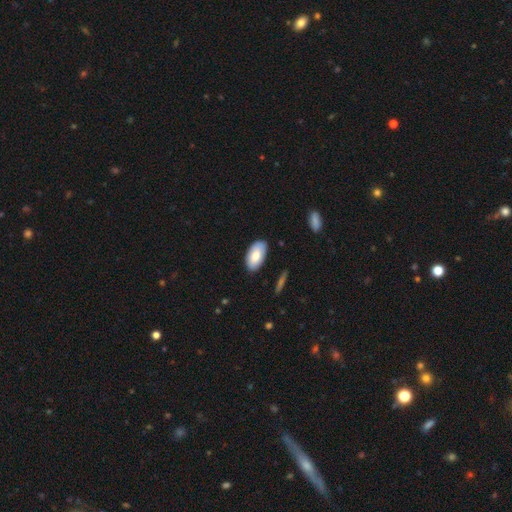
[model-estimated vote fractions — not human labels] Smooth or featured?
  - smooth: 79% *
  - featured or disk: 15%
  - star or artifact: 6%
How rounded?
  - in between: 95% *
  - round: 3%
  - cigar-shaped: 2%
Merging?
  - none: 83% *
  - minor disturbance: 14%
  - major disturbance: 2%
  - merger: 2%